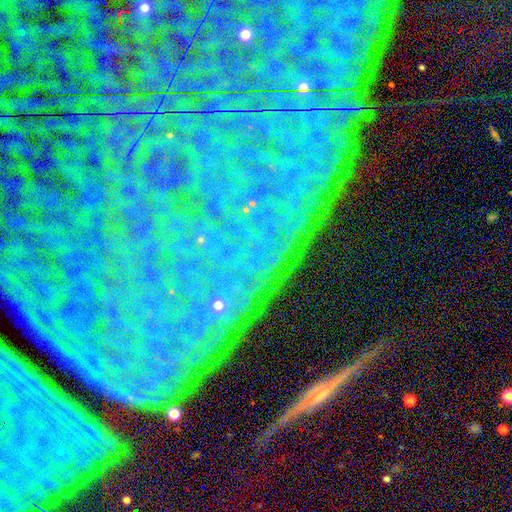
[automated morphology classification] Q: Smooth or featured?
A: star or artifact (70%); runner-up: featured or disk (20%)